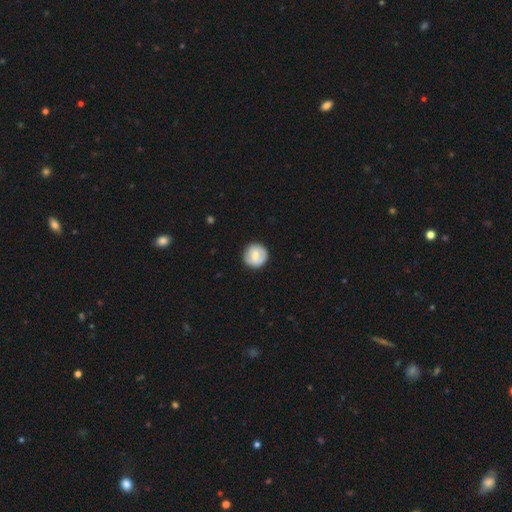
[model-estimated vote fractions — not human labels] This is likely a smooth galaxy (72%). How rounded: clearly round (93%). Merging: clearly none (86%).